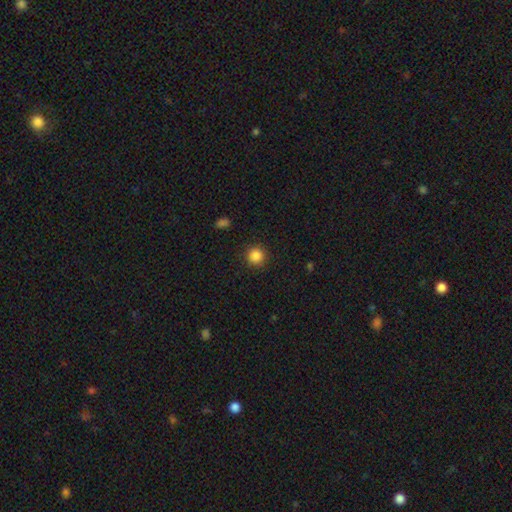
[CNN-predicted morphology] smooth_or_featured: smooth (p=0.86) [alt: star or artifact p=0.11]
how_rounded: round (p=0.94) [alt: in between p=0.05]
merging: none (p=0.90) [alt: minor disturbance p=0.06]